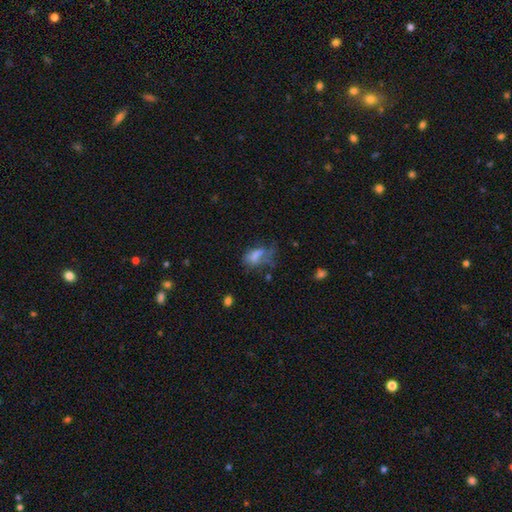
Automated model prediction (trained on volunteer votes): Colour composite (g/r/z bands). It shows a smooth galaxy with no disk features (62%) that is in between round and cigar-shaped (85%). Merging: major disturbance (41%).